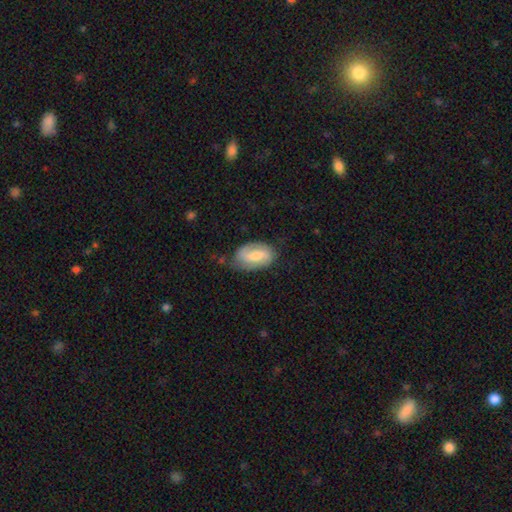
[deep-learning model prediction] This appears to be a featured or disk galaxy (52%). Merging: none (66%).